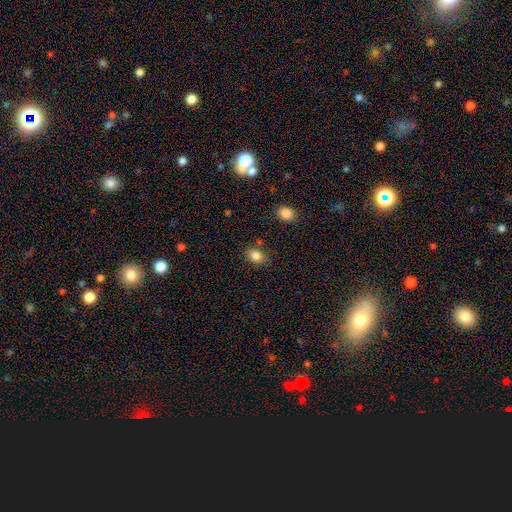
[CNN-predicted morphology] smooth-or-featured: smooth: 85% | star or artifact: 10% | featured or disk: 5%
  how-rounded: in between: 59% | round: 40% | cigar-shaped: 1%
  merging: none: 80% | minor disturbance: 13% | merger: 4% | major disturbance: 3%